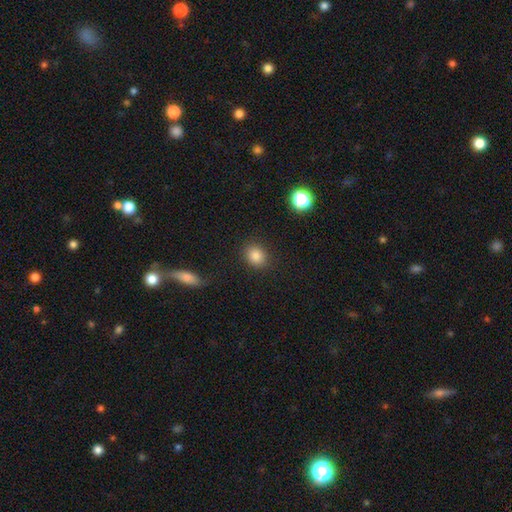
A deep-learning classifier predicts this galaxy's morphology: Smooth or featured? smooth (84%)
How rounded? round (65%)
Merging? none (86%)